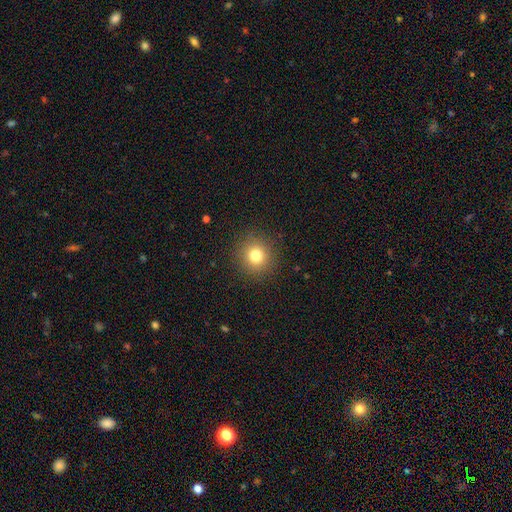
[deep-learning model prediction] smooth-or-featured: smooth: 79% | star or artifact: 14% | featured or disk: 8%
  how-rounded: round: 93% | in between: 6% | cigar-shaped: 1%
  merging: none: 90% | minor disturbance: 6% | major disturbance: 3% | merger: 1%